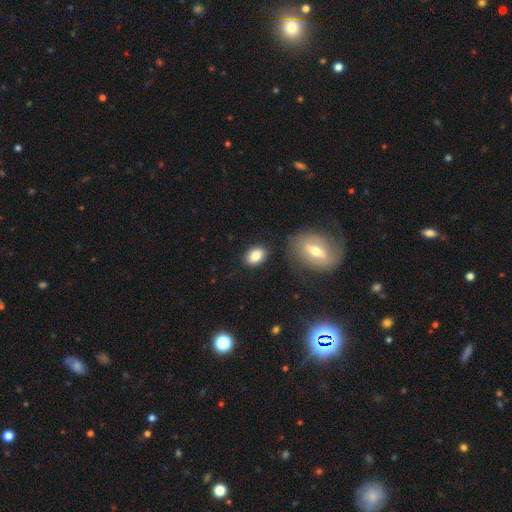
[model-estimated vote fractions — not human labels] The model was most divided on "how rounded": in between: 77%, round: 21%, cigar-shaped: 2%. More confident: merging — none (83%); smooth or featured — smooth (81%).